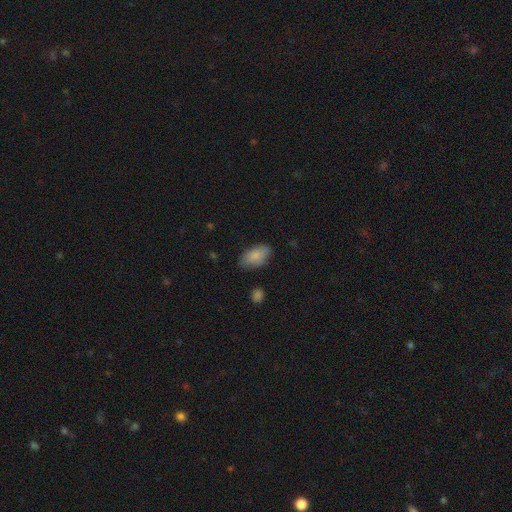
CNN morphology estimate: This appears to be a smooth galaxy with no disk features (86%) that is in between round and cigar-shaped (94%). Merging: none (78%).